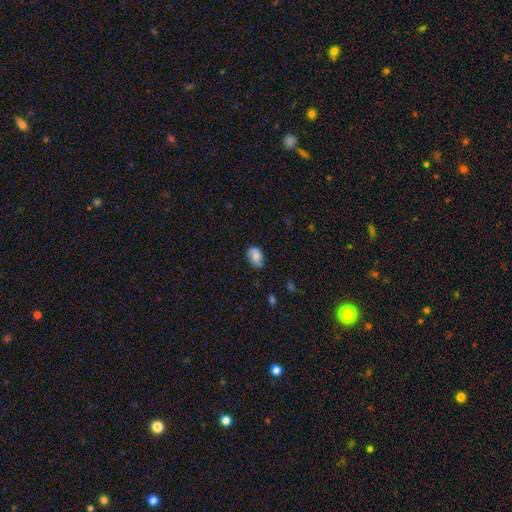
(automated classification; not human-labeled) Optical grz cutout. It shows a smooth galaxy with no disk features (75%) that is in between round and cigar-shaped (85%). Merging: none (69%).